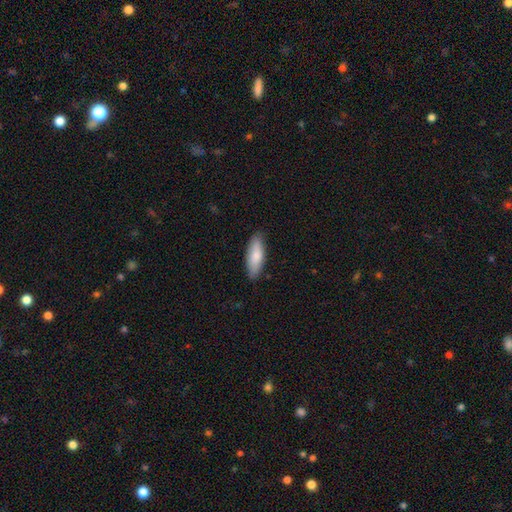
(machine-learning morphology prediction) Overall: smooth (82%). How rounded: in between (62%; cigar-shaped 36%). Merging: none (84%).